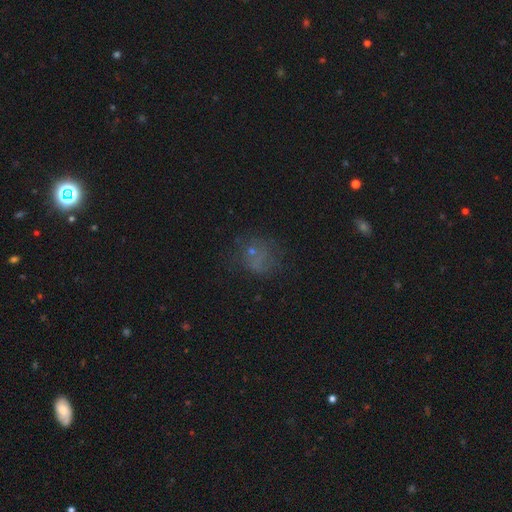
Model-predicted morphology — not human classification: smooth-or-featured: smooth: 48% | star or artifact: 29% | featured or disk: 23%
  merging: none: 55% | minor disturbance: 20% | major disturbance: 20% | merger: 4%